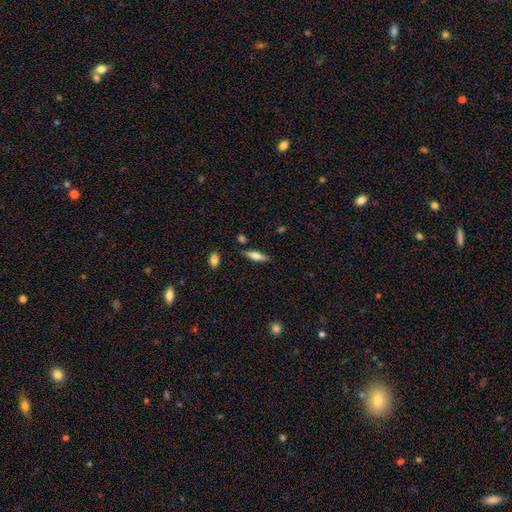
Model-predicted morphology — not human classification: A smooth galaxy with no disk features (67%) that is cigar-shaped (63%). Merging: none (82%).